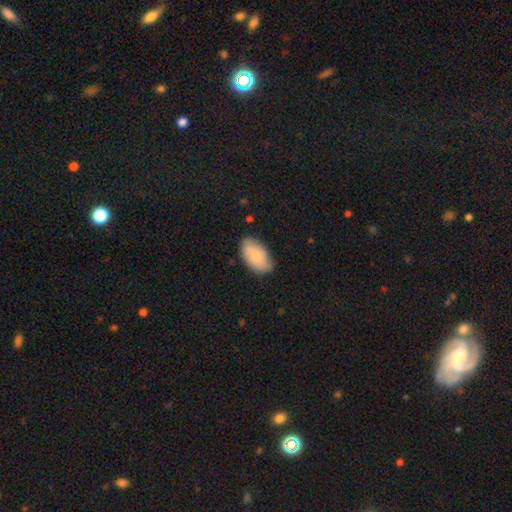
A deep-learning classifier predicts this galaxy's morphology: Q: Smooth or featured?
A: smooth (78%); runner-up: featured or disk (15%)
Q: How rounded?
A: in between (94%); runner-up: round (4%)
Q: Merging?
A: none (76%); runner-up: minor disturbance (19%)